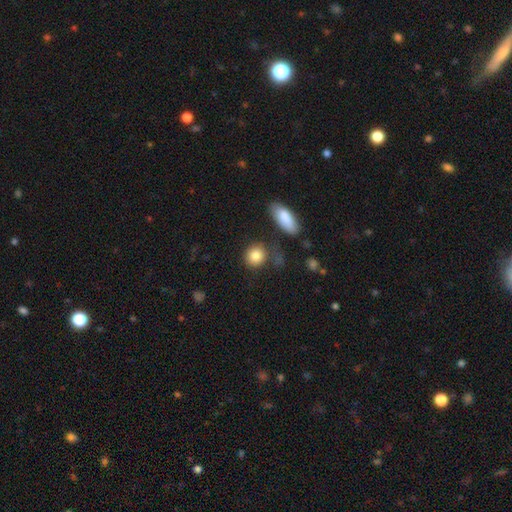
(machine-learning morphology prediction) A smooth galaxy with no disk features (86%) that is round (75%). Merging: none (71%).